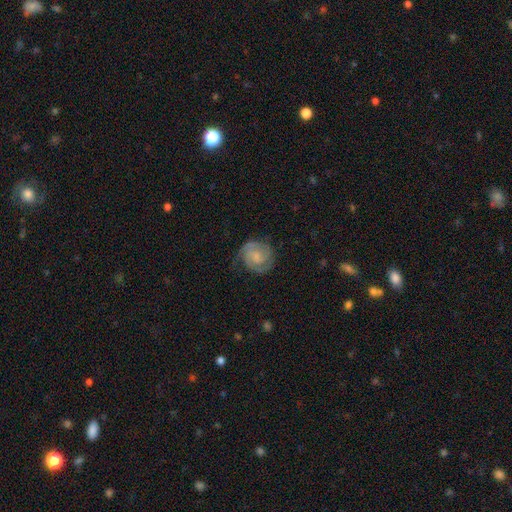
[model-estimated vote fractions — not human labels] Morphology: type=featured or disk (74%); edge-on=no (98%); bar=no (50%); spiral arms=yes (95%); winding=tight (57%); arm count=2 (69%); bulge=small (40%); merging=none (73%).